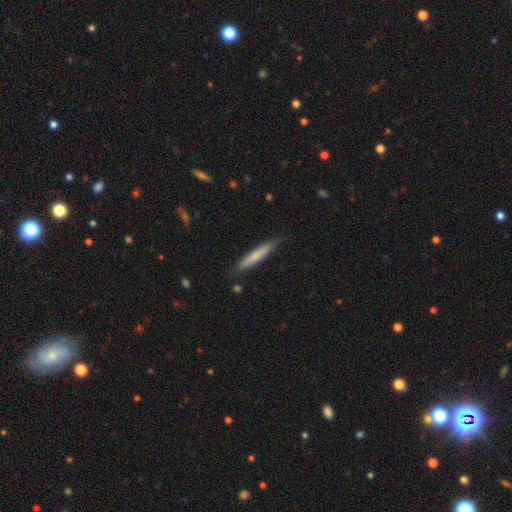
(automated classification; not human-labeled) The model was most divided on "smooth or featured": smooth: 70%, featured or disk: 25%, star or artifact: 5%. More confident: how rounded — cigar-shaped (94%); merging — none (86%).